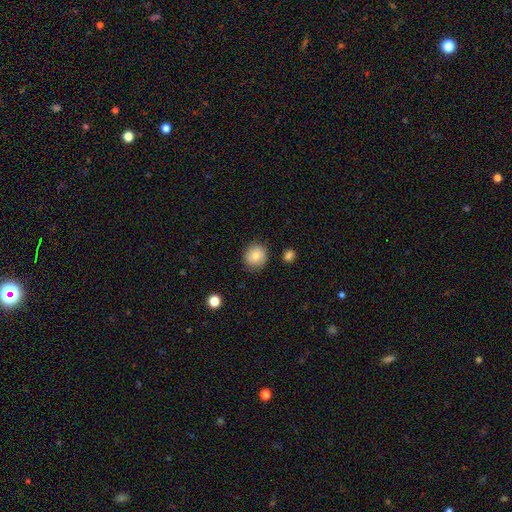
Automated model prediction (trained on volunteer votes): This is clearly a smooth galaxy (81%). How rounded: clearly round (83%). Merging: clearly none (83%).